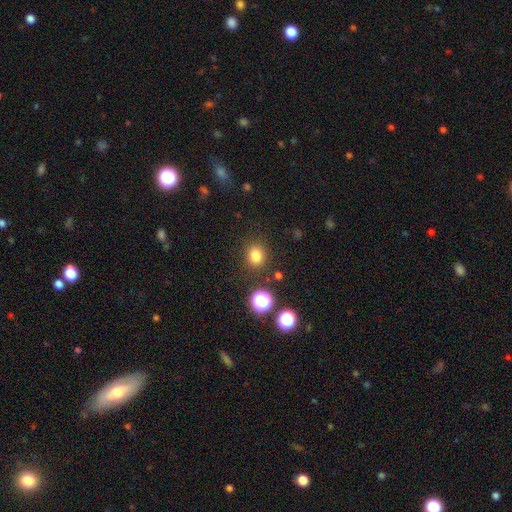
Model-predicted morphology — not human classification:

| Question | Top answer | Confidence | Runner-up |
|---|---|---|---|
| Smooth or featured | smooth | 80% | star or artifact (15%) |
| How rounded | round | 67% | in between (32%) |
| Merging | none | 83% | minor disturbance (10%) |